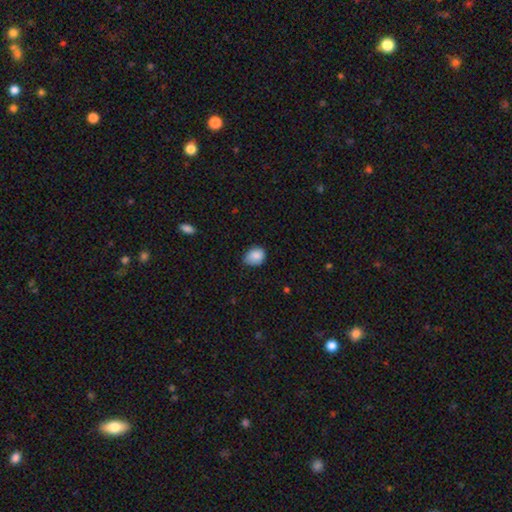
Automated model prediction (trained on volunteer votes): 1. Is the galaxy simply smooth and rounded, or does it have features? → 86% smooth, 8% star or artifact, 6% featured or disk.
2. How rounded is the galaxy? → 56% in between, 43% round, 1% cigar-shaped.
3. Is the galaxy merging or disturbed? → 63% none, 31% minor disturbance, 4% major disturbance, 1% merger.